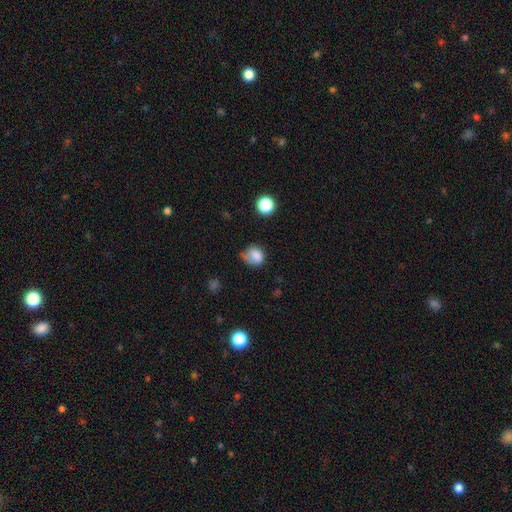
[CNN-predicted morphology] The model was most divided on "merging": none: 39%, minor disturbance: 36%, major disturbance: 21%, merger: 4%. More confident: smooth or featured — smooth (78%); how rounded — round (52%).